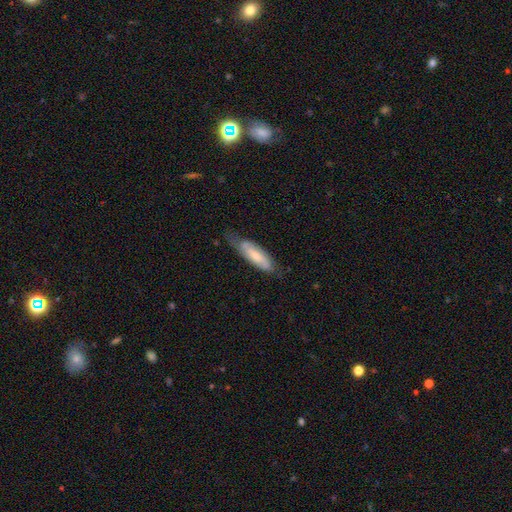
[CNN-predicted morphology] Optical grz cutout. It shows a smooth galaxy with no disk features (49%). Merging: none (56%).